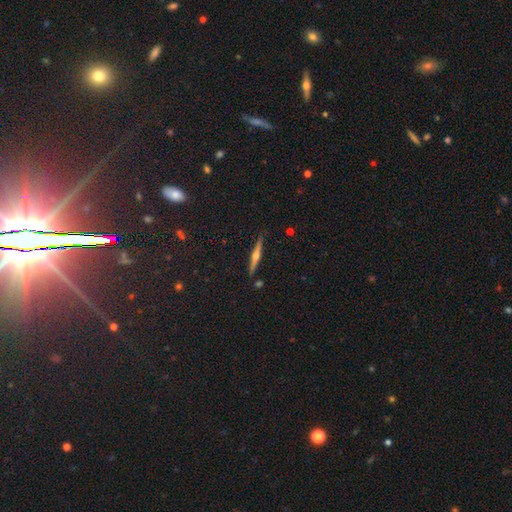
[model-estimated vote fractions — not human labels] Q: Smooth or featured?
A: featured or disk (68%); runner-up: smooth (24%)
Q: Edge-on disk?
A: yes (98%); runner-up: no (2%)
Q: Edge-on bulge?
A: rounded (89%); runner-up: none (6%)
Q: Merging?
A: none (89%); runner-up: minor disturbance (8%)